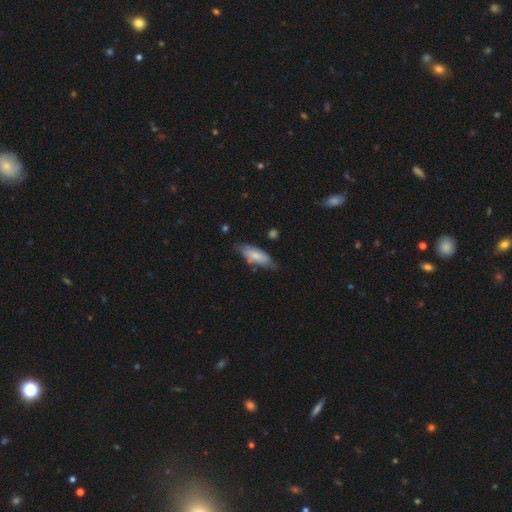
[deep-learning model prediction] Morphology: type=smooth (63%); roundness=in between (71%); merging=none (58%).